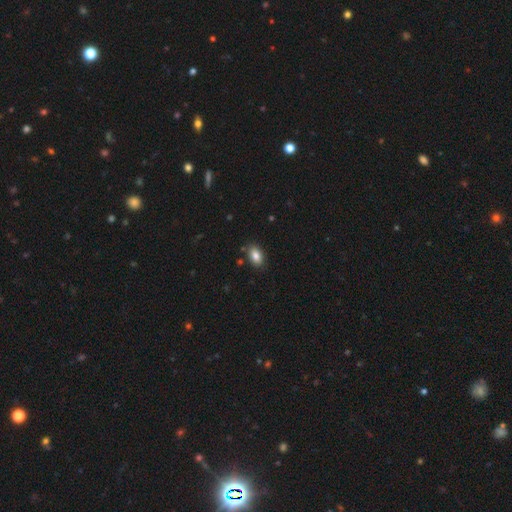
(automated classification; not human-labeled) A smooth galaxy with no disk features (83%) that is in between round and cigar-shaped (90%).

Vote fractions:
- Smooth or featured? smooth: 83% / featured or disk: 9% / star or artifact: 8%
- How rounded? in between: 90% / round: 8% / cigar-shaped: 2%
- Merging? none: 84% / minor disturbance: 11% / merger: 3% / major disturbance: 2%